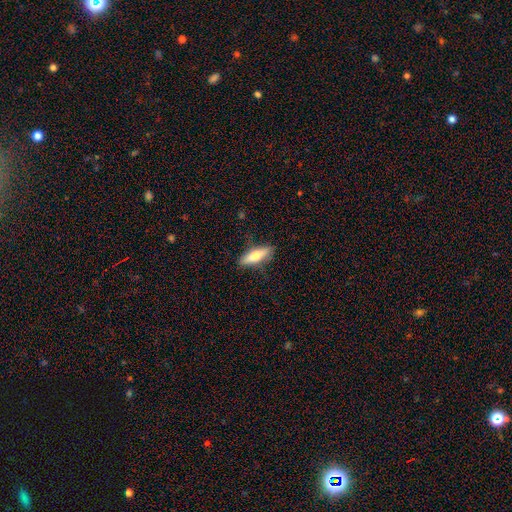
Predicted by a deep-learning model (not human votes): smooth_or_featured: smooth (p=0.61) [alt: featured or disk p=0.33]
how_rounded: cigar-shaped (p=0.51) [alt: in between p=0.47]
merging: none (p=0.83) [alt: minor disturbance p=0.13]